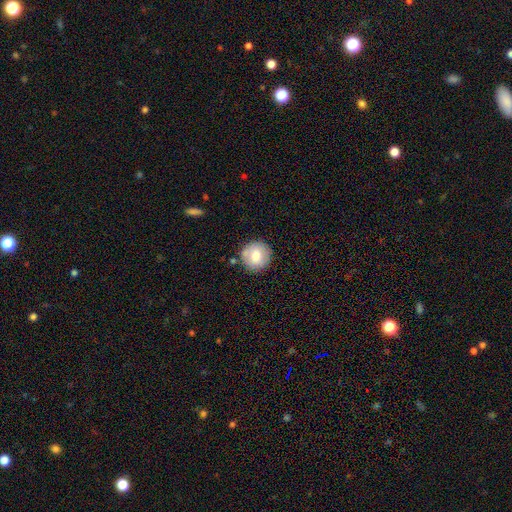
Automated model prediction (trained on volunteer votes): A smooth galaxy with no disk features (75%) that is round (94%). Merging: none (83%).